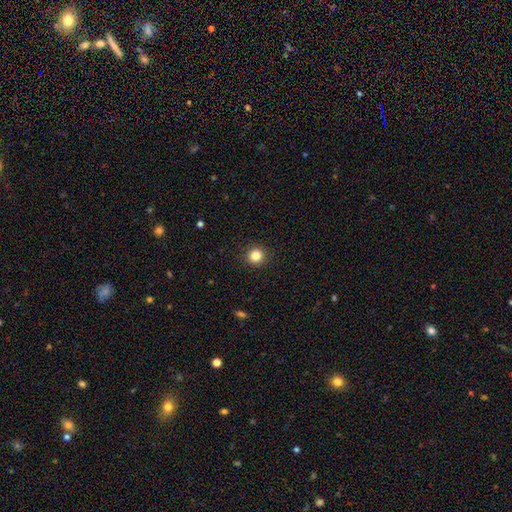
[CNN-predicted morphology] This appears to be a smooth galaxy with no disk features (84%) that is round (93%). Merging: none (92%).